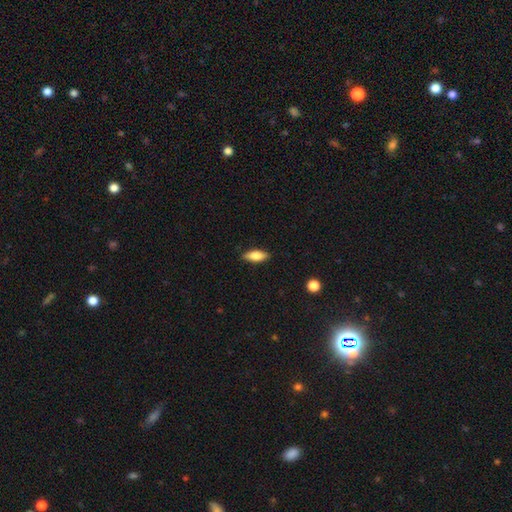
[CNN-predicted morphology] The model was most divided on "how rounded": in between: 76%, cigar-shaped: 21%, round: 3%. More confident: merging — none (87%); smooth or featured — smooth (79%).